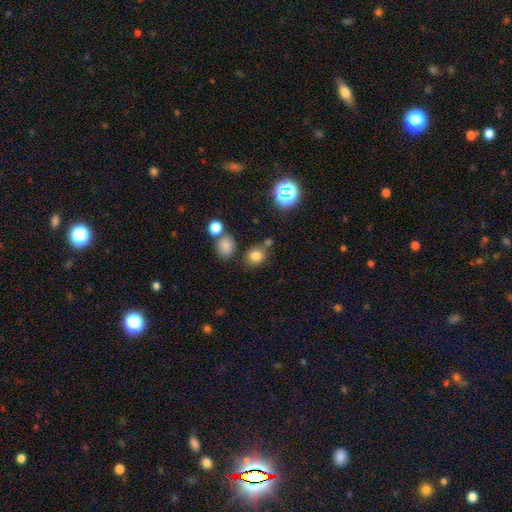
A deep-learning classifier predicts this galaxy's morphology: type=smooth (78%); roundness=round (68%); merging=none (72%).